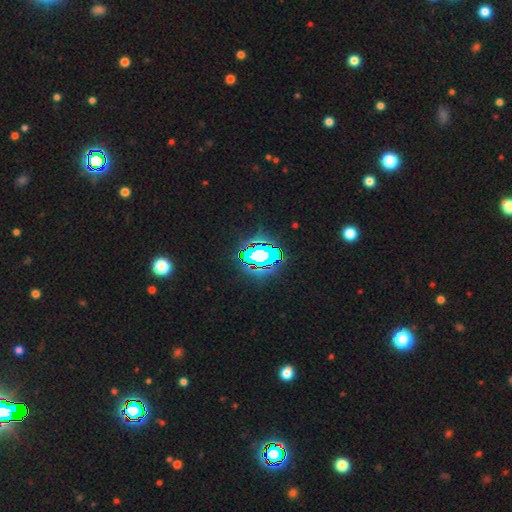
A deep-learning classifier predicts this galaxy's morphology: A star or artifact, not a galaxy (62%).

Vote fractions:
- Smooth or featured? star or artifact: 62% / smooth: 20% / featured or disk: 18%